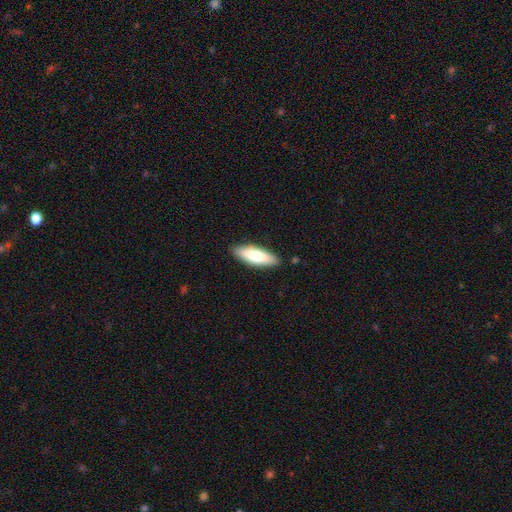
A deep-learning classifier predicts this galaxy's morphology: Q: Smooth or featured?
A: smooth (76%); runner-up: featured or disk (18%)
Q: How rounded?
A: in between (52%); runner-up: cigar-shaped (46%)
Q: Merging?
A: none (87%); runner-up: minor disturbance (10%)